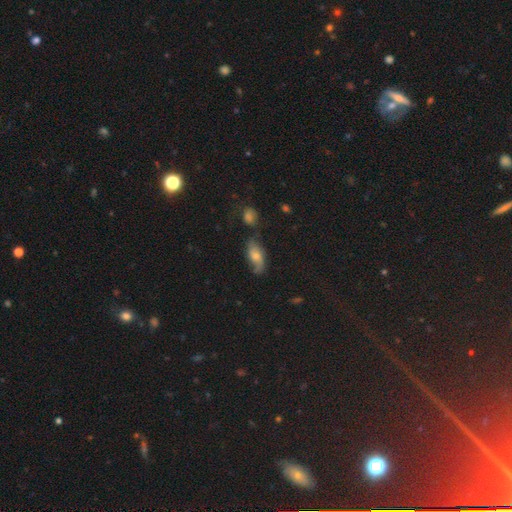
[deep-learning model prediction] Smooth or featured?
  - smooth: 51% *
  - featured or disk: 39%
  - star or artifact: 9%
How rounded?
  - in between: 85% *
  - cigar-shaped: 11%
  - round: 5%
Merging?
  - none: 50% *
  - minor disturbance: 29%
  - major disturbance: 14%
  - merger: 7%